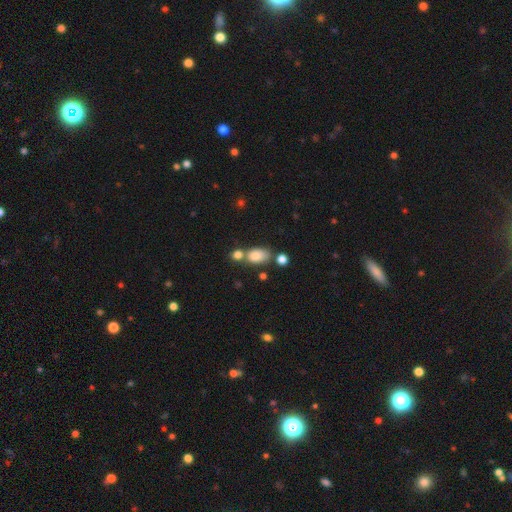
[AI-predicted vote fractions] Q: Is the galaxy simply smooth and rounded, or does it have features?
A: smooth — 81%.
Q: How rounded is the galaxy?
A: in between — 86%.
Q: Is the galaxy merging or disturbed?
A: none — 46%.